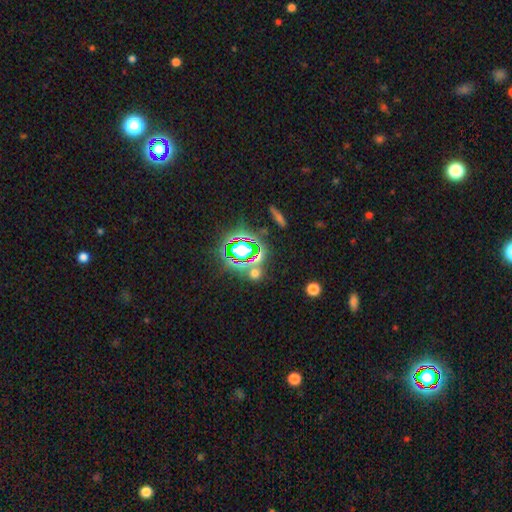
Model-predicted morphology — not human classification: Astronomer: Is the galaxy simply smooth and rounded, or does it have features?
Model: star or artifact — 71%.